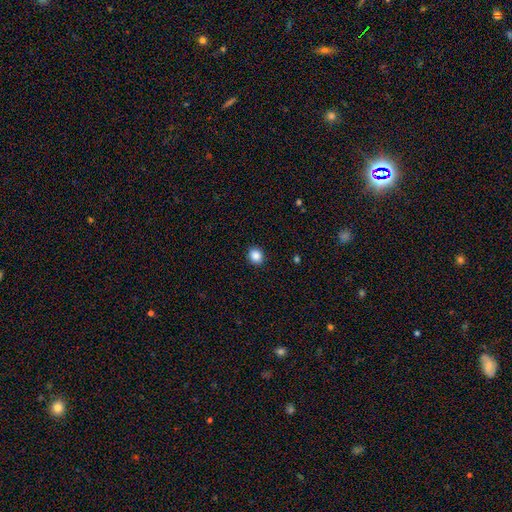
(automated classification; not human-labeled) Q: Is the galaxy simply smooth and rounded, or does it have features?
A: smooth — 87%.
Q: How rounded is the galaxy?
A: round — 78%.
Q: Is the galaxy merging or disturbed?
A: none — 91%.